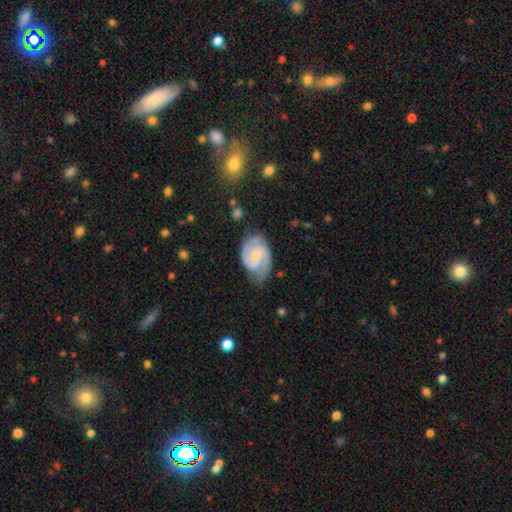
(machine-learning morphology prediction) smooth_or_featured: featured or disk (p=0.82) [alt: smooth p=0.13]
disk_edge_on: no (p=0.97) [alt: yes p=0.03]
bar: no (p=0.51) [alt: weak p=0.41]
has_spiral_arms: yes (p=0.96) [alt: no p=0.04]
spiral_winding: medium (p=0.47) [alt: tight p=0.41]
spiral_arm_count: 2 (p=0.79) [alt: can't tell p=0.09]
bulge_size: small (p=0.63) [alt: moderate p=0.29]
merging: none (p=0.64) [alt: minor disturbance p=0.25]